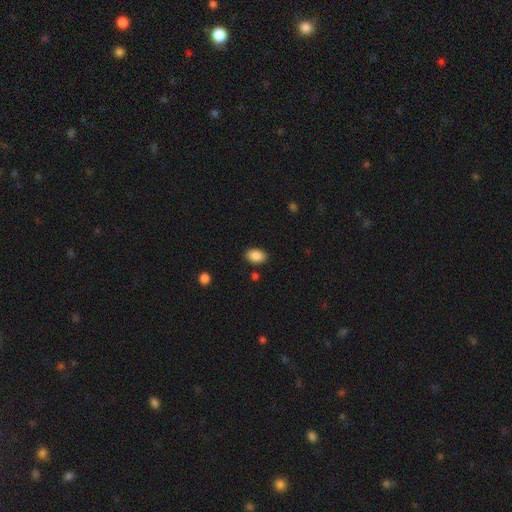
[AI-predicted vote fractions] A smooth galaxy with no disk features (88%) that is in between round and cigar-shaped (88%). Merging: none (86%).